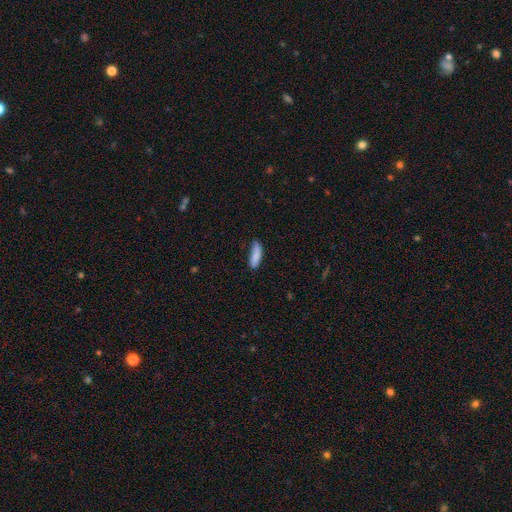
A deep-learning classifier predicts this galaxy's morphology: Smooth or featured?
  - smooth: 87% *
  - star or artifact: 7%
  - featured or disk: 6%
How rounded?
  - cigar-shaped: 51% *
  - in between: 48%
  - round: 2%
Merging?
  - none: 69% *
  - minor disturbance: 25%
  - major disturbance: 4%
  - merger: 2%